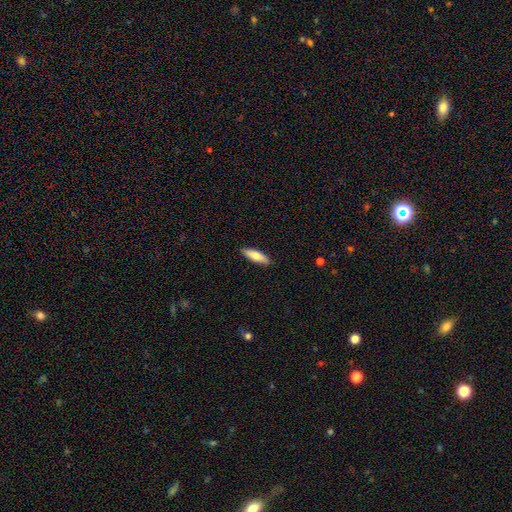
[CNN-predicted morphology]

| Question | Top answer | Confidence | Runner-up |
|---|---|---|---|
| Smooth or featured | smooth | 75% | featured or disk (19%) |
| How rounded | cigar-shaped | 55% | in between (43%) |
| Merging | none | 90% | minor disturbance (8%) |